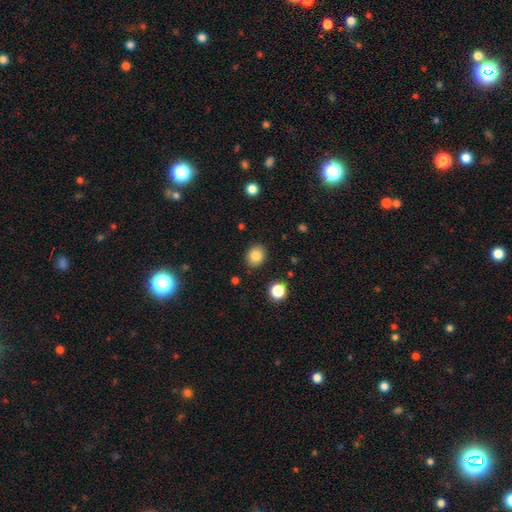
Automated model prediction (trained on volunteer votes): This is clearly a smooth galaxy (83%). How rounded: possibly round (59%). Merging: clearly none (87%).